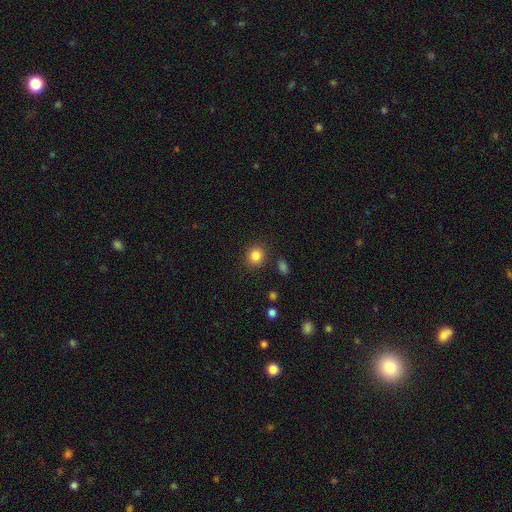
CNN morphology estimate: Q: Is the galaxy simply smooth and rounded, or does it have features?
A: smooth — 85%.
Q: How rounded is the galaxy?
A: round — 82%.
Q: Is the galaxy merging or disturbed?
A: none — 87%.